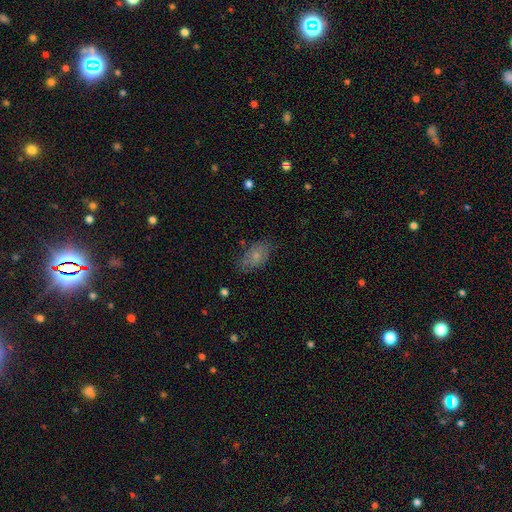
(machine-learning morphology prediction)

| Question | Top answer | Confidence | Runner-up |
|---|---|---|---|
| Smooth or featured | smooth | 66% | featured or disk (25%) |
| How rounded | in between | 90% | round (7%) |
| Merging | none | 68% | minor disturbance (24%) |